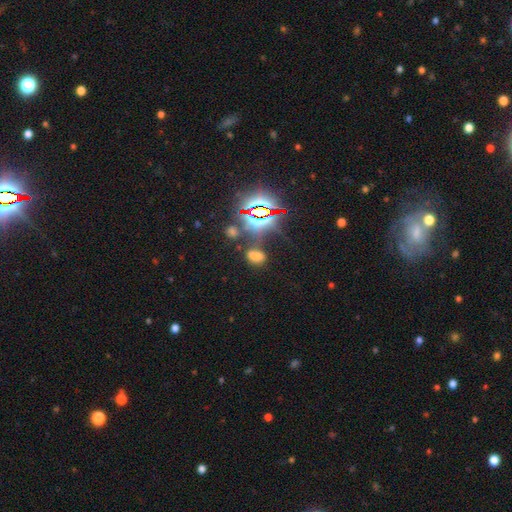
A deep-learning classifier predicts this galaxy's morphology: Smooth or featured?
  - smooth: 47% *
  - star or artifact: 42%
  - featured or disk: 11%
Merging?
  - none: 48% *
  - merger: 25%
  - minor disturbance: 16%
  - major disturbance: 11%